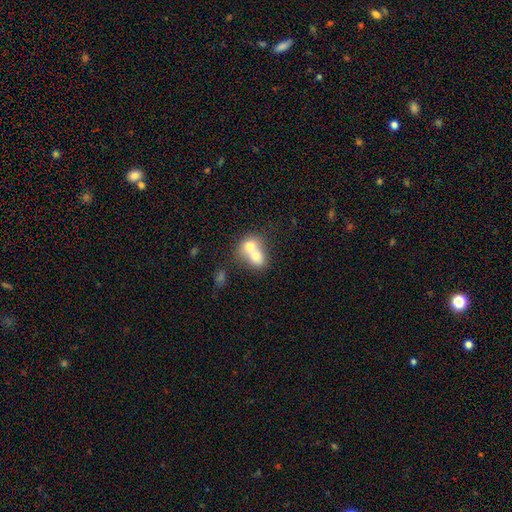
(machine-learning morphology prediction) smooth-or-featured: smooth: 67% | featured or disk: 25% | star or artifact: 8%
  how-rounded: round: 53% | in between: 46% | cigar-shaped: 1%
  merging: merger: 76% | none: 16% | minor disturbance: 5% | major disturbance: 3%